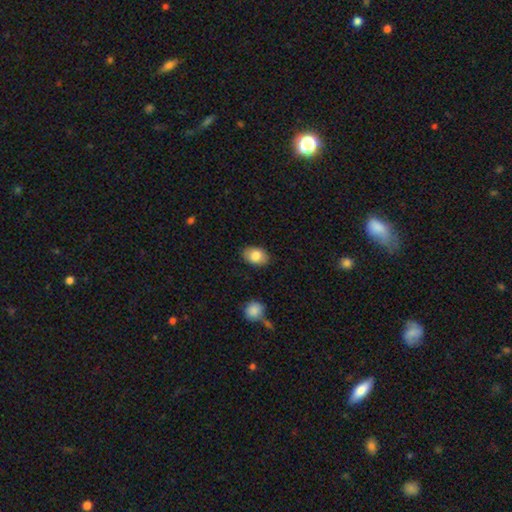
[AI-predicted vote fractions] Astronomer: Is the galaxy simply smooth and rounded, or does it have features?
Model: smooth — 82%.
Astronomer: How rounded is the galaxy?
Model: in between — 84%.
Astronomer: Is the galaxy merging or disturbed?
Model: none — 86%.